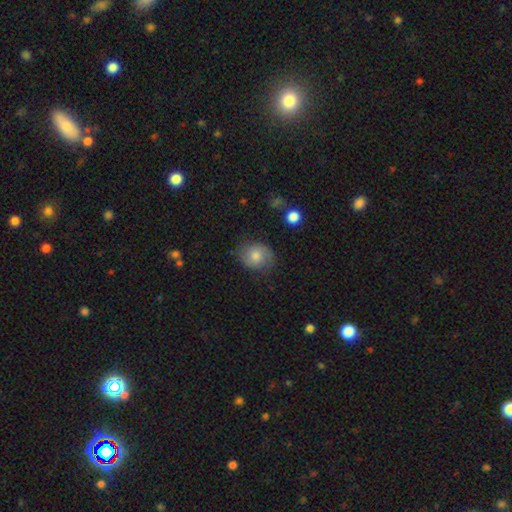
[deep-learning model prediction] A smooth galaxy with no disk features (65%) that is round (62%).

Vote fractions:
- Smooth or featured? smooth: 65% / featured or disk: 25% / star or artifact: 9%
- How rounded? round: 62% / in between: 37% / cigar-shaped: 1%
- Merging? none: 74% / minor disturbance: 19% / major disturbance: 6% / merger: 1%